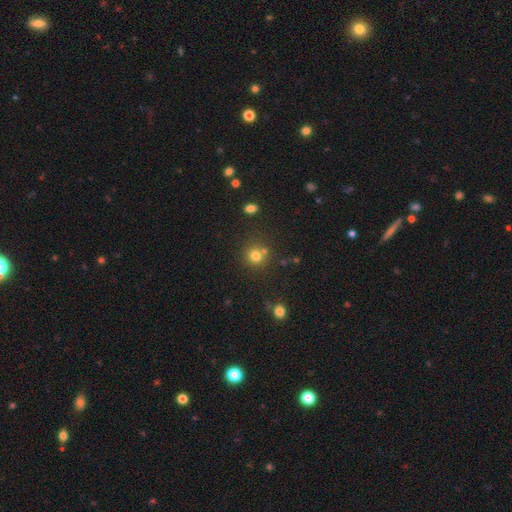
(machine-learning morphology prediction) Smooth or featured? Predicted: smooth (p=0.76). How rounded? Predicted: round (p=0.89). Merging? Predicted: none (p=0.71).